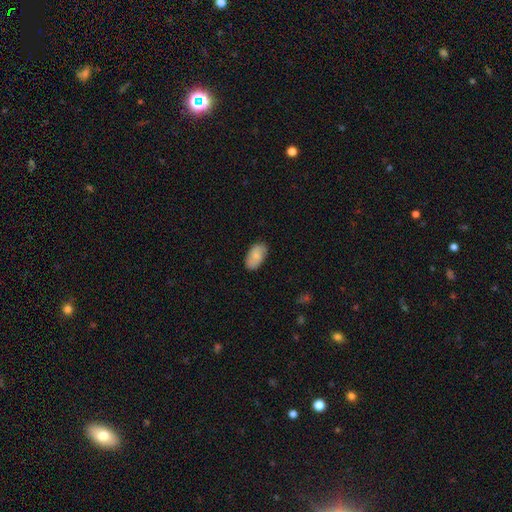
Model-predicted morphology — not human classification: type=smooth (75%); roundness=in between (94%); merging=none (81%).